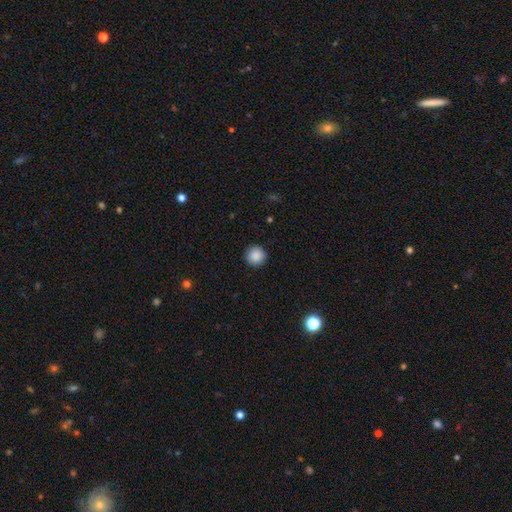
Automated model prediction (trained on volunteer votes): The model was most divided on "smooth or featured": smooth: 89%, star or artifact: 9%, featured or disk: 3%. More confident: how rounded — round (96%); merging — none (92%).